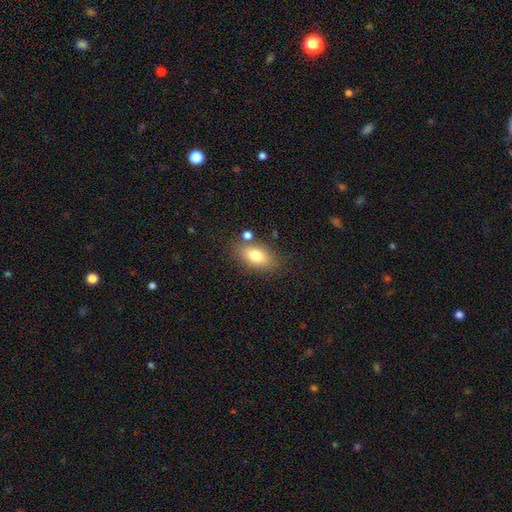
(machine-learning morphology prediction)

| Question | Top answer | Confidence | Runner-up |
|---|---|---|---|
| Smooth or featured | smooth | 77% | featured or disk (14%) |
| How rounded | in between | 87% | round (9%) |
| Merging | none | 75% | minor disturbance (13%) |